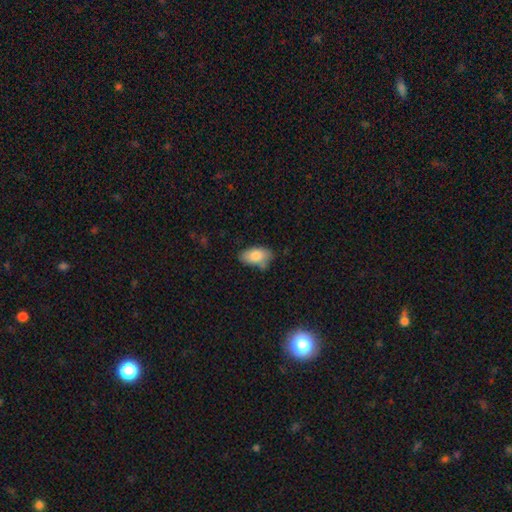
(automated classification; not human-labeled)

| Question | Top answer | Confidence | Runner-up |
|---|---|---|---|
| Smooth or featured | smooth | 83% | featured or disk (10%) |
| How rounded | in between | 93% | round (4%) |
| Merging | none | 67% | minor disturbance (23%) |